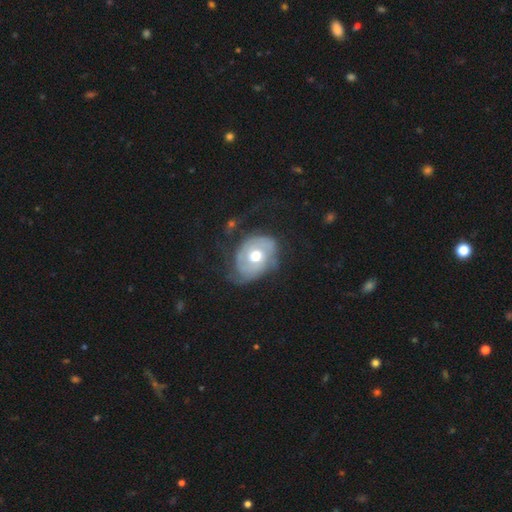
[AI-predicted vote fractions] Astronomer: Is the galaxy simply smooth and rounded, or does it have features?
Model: featured or disk — 70%.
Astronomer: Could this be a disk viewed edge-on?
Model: no — 96%.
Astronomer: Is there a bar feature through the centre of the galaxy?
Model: no — 82%.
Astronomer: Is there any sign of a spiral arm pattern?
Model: yes — 76%.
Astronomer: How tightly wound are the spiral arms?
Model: tight — 59%.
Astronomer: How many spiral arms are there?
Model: can't tell — 38% (runner-up: 2, 31%).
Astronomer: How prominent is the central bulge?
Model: moderate — 78%.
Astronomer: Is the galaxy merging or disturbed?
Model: none — 54%.